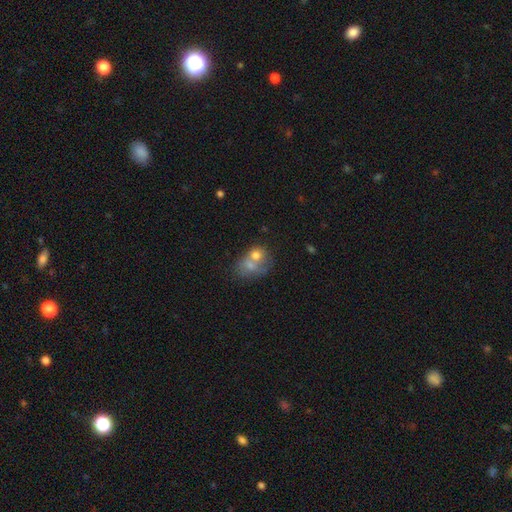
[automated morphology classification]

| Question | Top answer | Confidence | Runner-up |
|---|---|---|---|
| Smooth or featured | smooth | 66% | featured or disk (24%) |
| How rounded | in between | 50% | round (49%) |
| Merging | merger | 62% | none (20%) |